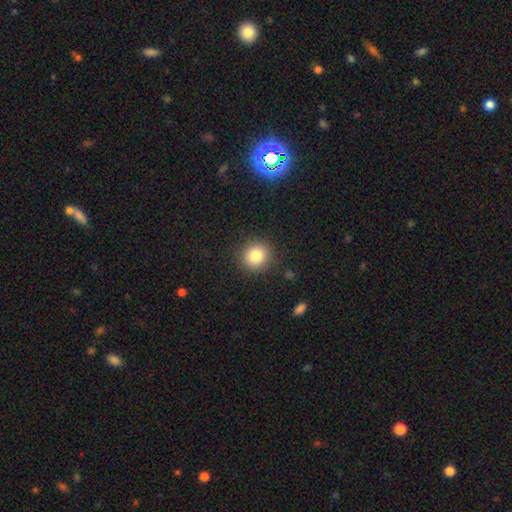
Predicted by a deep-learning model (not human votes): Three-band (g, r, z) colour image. It shows a smooth galaxy with no disk features (82%) that is round (89%). Merging: none (89%).